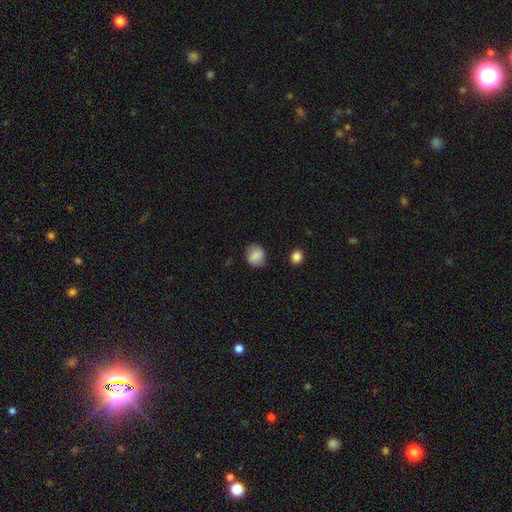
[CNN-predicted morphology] smooth-or-featured: smooth: 84% | star or artifact: 8% | featured or disk: 7%
  how-rounded: round: 76% | in between: 23% | cigar-shaped: 1%
  merging: none: 82% | minor disturbance: 13% | major disturbance: 3% | merger: 2%